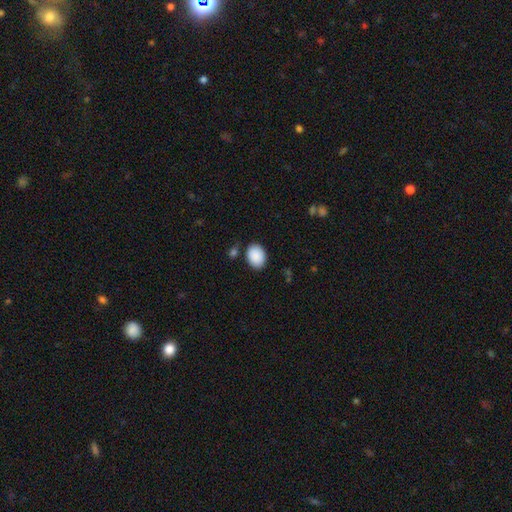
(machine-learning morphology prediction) Smooth or featured? smooth (90%)
How rounded? in between (67%)
Merging? none (81%)